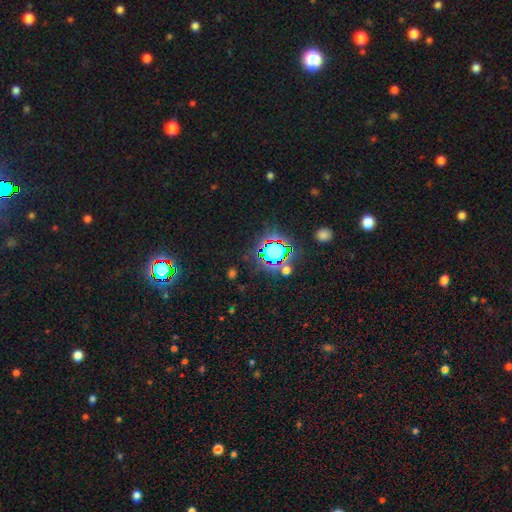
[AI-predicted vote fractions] smooth_or_featured: star or artifact (p=0.81) [alt: smooth p=0.12]